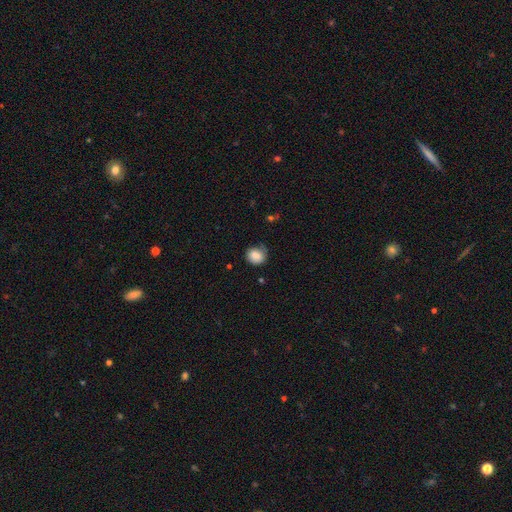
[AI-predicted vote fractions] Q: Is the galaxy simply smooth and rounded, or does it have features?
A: smooth — 83%.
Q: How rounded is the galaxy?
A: round — 75%.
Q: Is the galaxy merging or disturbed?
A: none — 65%.